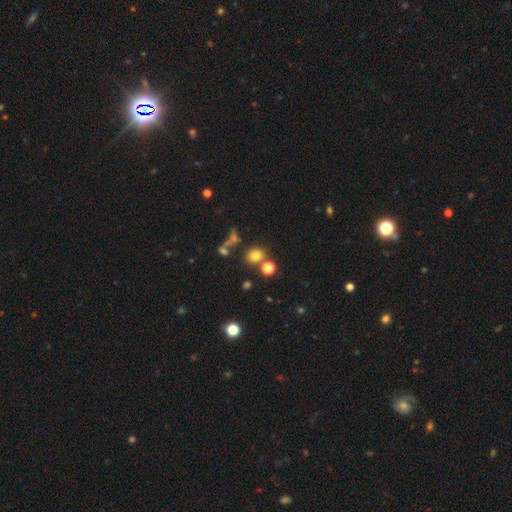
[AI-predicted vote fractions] A smooth galaxy with no disk features (75%) that is round (66%).

Vote fractions:
- Smooth or featured? smooth: 75% / star or artifact: 16% / featured or disk: 9%
- How rounded? round: 66% / in between: 33% / cigar-shaped: 1%
- Merging? none: 69% / merger: 16% / minor disturbance: 10% / major disturbance: 5%